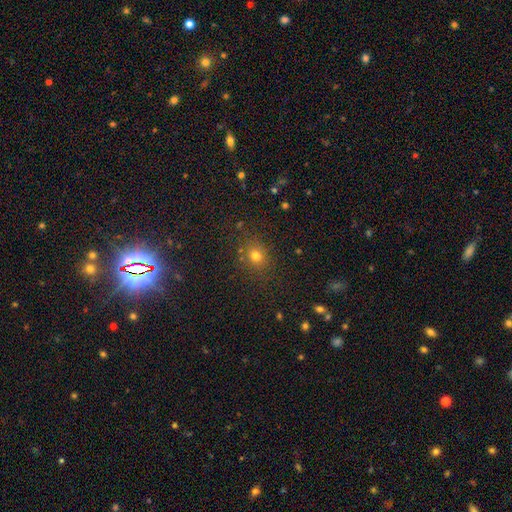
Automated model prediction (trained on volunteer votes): Smooth or featured? Predicted: smooth (p=0.74). How rounded? Predicted: round (p=0.73). Merging? Predicted: none (p=0.82).